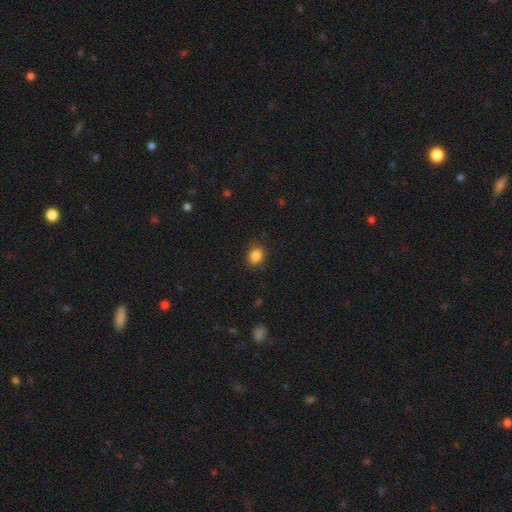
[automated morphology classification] Smooth or featured? Predicted: smooth (p=0.85). How rounded? Predicted: round (p=0.57). Merging? Predicted: none (p=0.84).